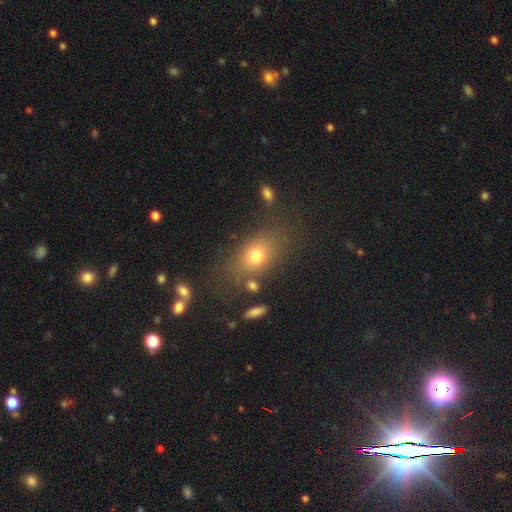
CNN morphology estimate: Overall: smooth (72%). How rounded: in between (68%; round 29%). Merging: none (71%).